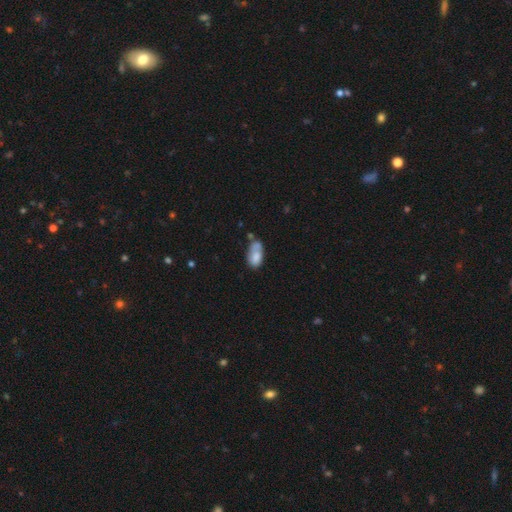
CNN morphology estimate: smooth 69%, featured or disk 23%, star or artifact 8%. Down the decision tree: how rounded — in between (91%); merging — none (34%).